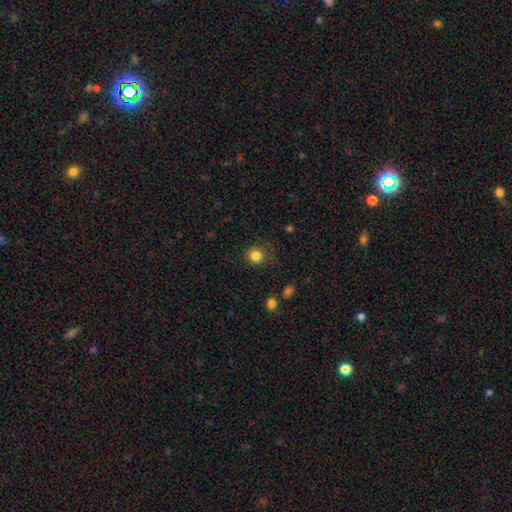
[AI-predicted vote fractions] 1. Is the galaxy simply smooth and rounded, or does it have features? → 84% smooth, 12% star or artifact, 4% featured or disk.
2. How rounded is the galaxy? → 88% round, 11% in between, 1% cigar-shaped.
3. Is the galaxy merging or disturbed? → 81% none, 13% minor disturbance, 5% major disturbance, 2% merger.